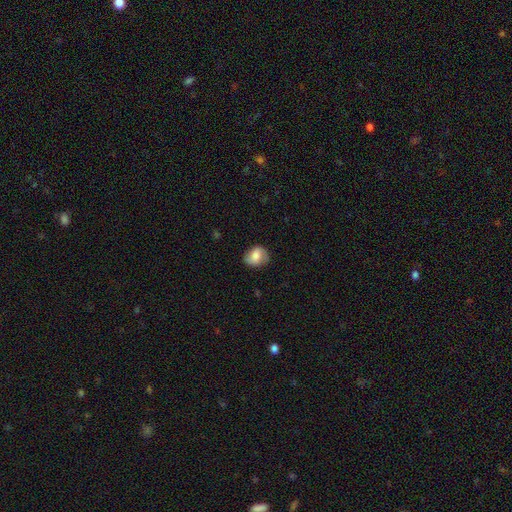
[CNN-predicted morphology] Smooth or featured?
  - smooth: 69% *
  - featured or disk: 22%
  - star or artifact: 8%
How rounded?
  - round: 54% *
  - in between: 45%
  - cigar-shaped: 1%
Merging?
  - none: 76% *
  - minor disturbance: 18%
  - major disturbance: 5%
  - merger: 1%